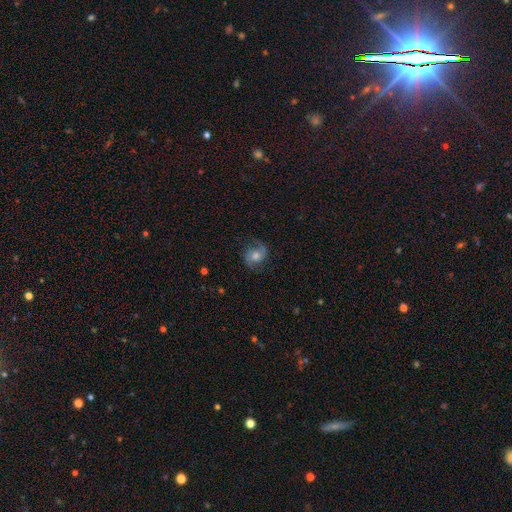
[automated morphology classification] Smooth or featured? Predicted: featured or disk (p=0.71). Edge-on disk? Predicted: no (p=0.97). Bar? Predicted: no (p=0.65). Spiral arms? Predicted: yes (p=0.94). Spiral winding? Predicted: medium (p=0.50). Spiral arm count? Predicted: 2 (p=0.89). Bulge size? Predicted: moderate (p=0.64). Merging? Predicted: none (p=0.77).